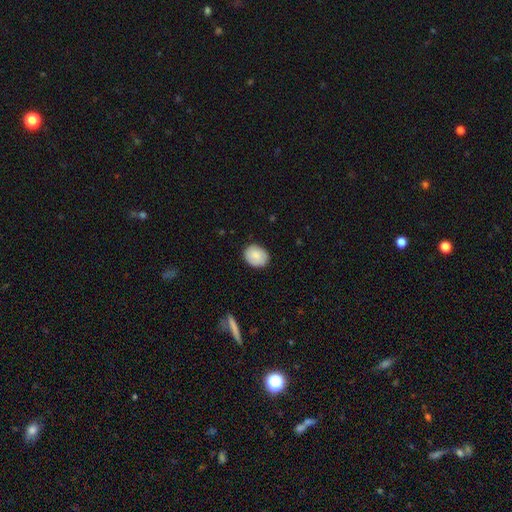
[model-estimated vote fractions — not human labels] This appears to be a smooth galaxy with no disk features (84%) that is round (52%). Merging: none (85%).